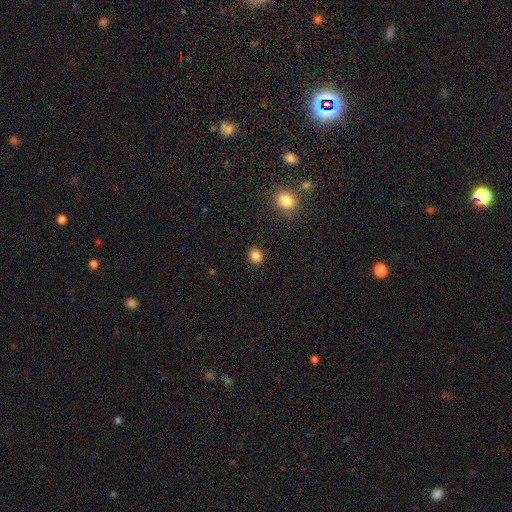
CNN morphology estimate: A smooth galaxy with no disk features (85%) that is round (81%).

Vote fractions:
- Smooth or featured? smooth: 85% / star or artifact: 11% / featured or disk: 4%
- How rounded? round: 81% / in between: 18% / cigar-shaped: 1%
- Merging? none: 90% / minor disturbance: 6% / major disturbance: 2% / merger: 1%